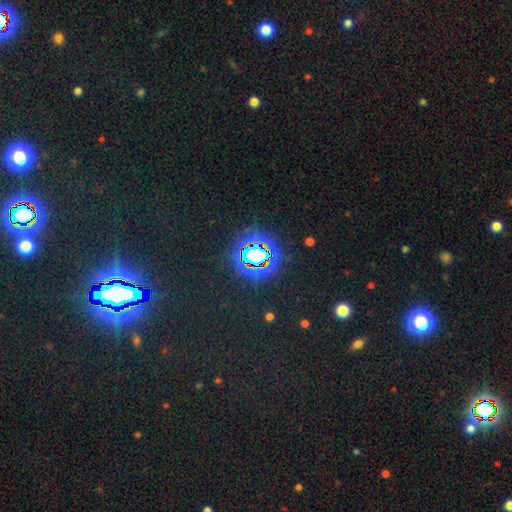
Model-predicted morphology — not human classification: The model was most divided on "smooth or featured": star or artifact: 76%, smooth: 14%, featured or disk: 10%.